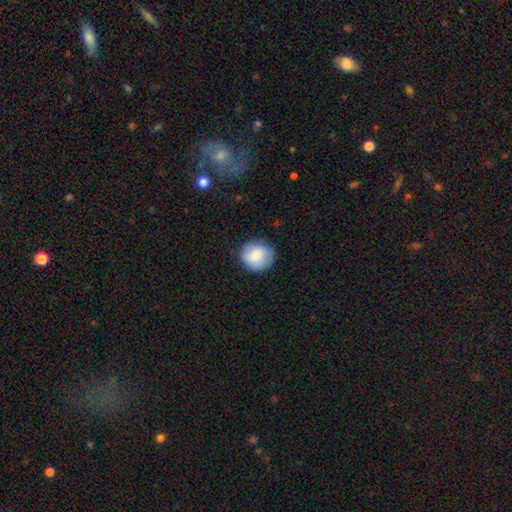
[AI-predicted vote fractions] Smooth or featured: smooth — 79% (featured or disk — 14%)
How rounded: round — 91% (in between — 8%)
Merging: none — 85% (minor disturbance — 11%)